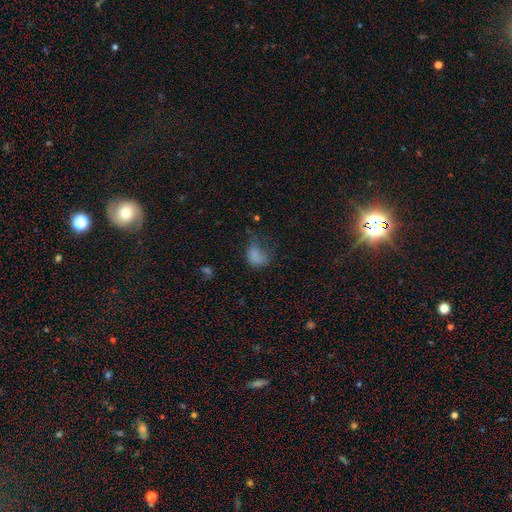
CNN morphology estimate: Smooth or featured? smooth (71%)
How rounded? in between (71%)
Merging? major disturbance (36%)